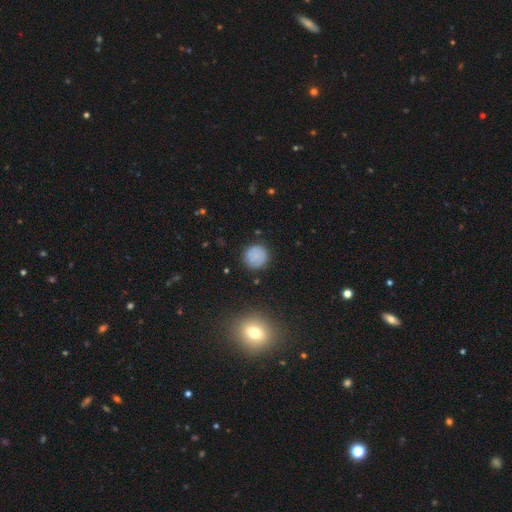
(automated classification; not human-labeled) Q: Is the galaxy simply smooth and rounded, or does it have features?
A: smooth — 75%.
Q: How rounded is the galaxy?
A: round — 94%.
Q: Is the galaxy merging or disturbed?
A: none — 85%.